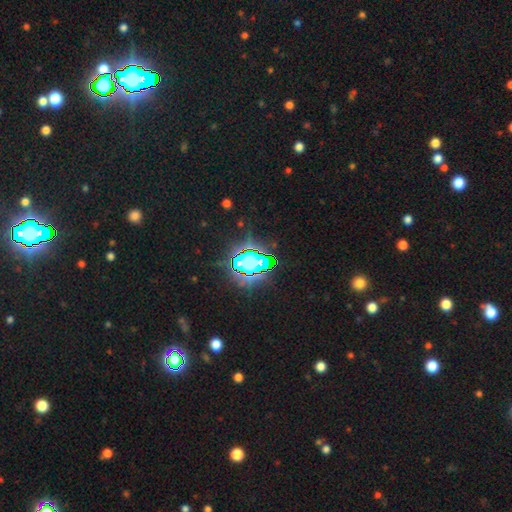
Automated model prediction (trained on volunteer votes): Q: Smooth or featured?
A: star or artifact (77%); runner-up: smooth (14%)